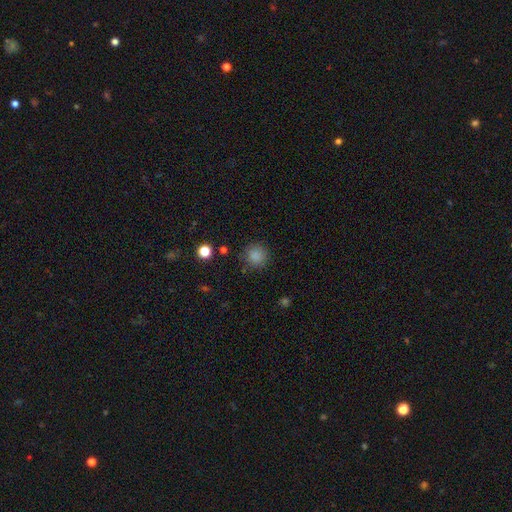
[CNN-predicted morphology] Smooth or featured?
  - smooth: 85% *
  - star or artifact: 11%
  - featured or disk: 3%
How rounded?
  - round: 92% *
  - in between: 7%
  - cigar-shaped: 1%
Merging?
  - none: 86% *
  - minor disturbance: 9%
  - major disturbance: 3%
  - merger: 2%